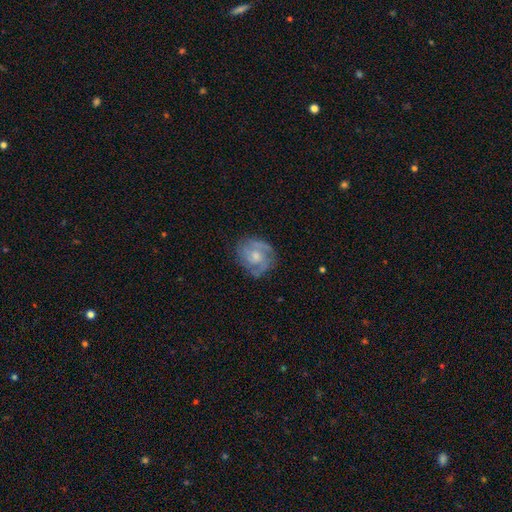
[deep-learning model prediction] This is likely a featured or disk galaxy (73%). It is clearly not viewed edge-on (98%). Bar: likely no (68%). Spiral arm pattern: clearly yes (90%). Spiral arm count: marginally 2 (31%). Spiral winding: possibly tight (46%). Central bulge: possibly moderate (50%). Merging: likely none (71%).